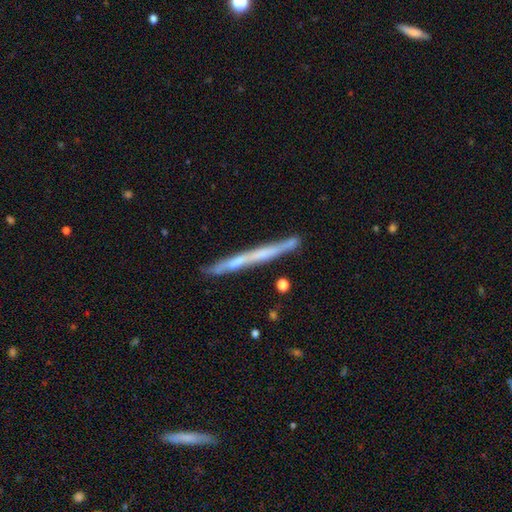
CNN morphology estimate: type=featured or disk (58%); edge-on=yes (95%); edge-on bulge=none (81%); merging=none (84%).